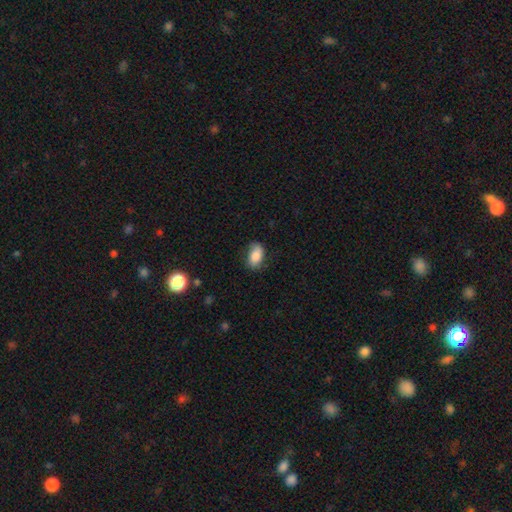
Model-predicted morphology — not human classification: Overall: smooth (77%). How rounded: in between (90%). Merging: none (69%).